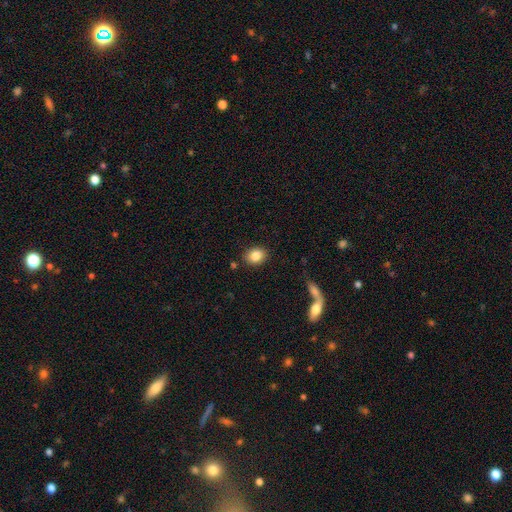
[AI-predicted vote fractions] smooth_or_featured: smooth (p=0.85) [alt: star or artifact p=0.09]
how_rounded: in between (p=0.51) [alt: round p=0.48]
merging: none (p=0.85) [alt: minor disturbance p=0.09]